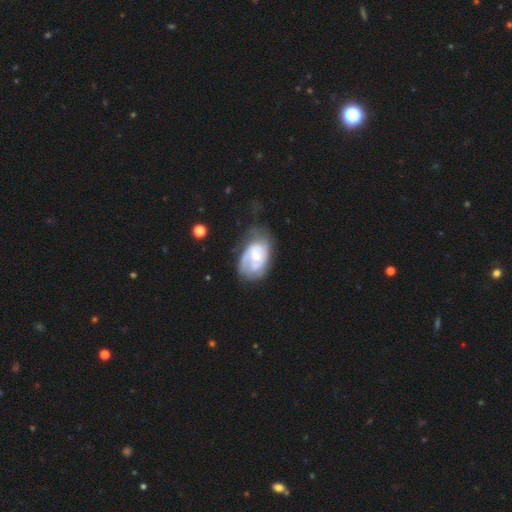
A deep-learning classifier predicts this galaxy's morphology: A featured or disk galaxy (64%) with no bar (49%), spiral arms (71%) and a small central bulge (51%). Merging: none (38%).